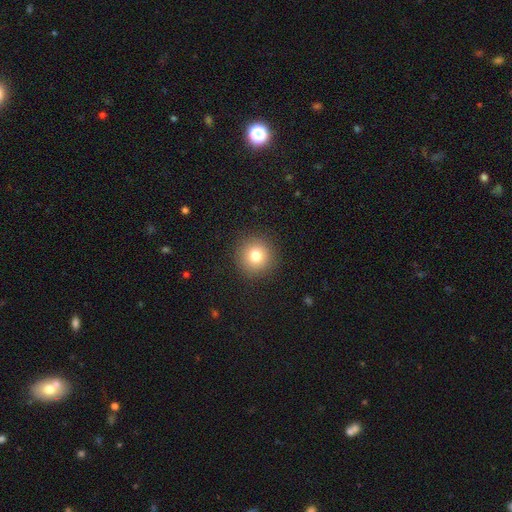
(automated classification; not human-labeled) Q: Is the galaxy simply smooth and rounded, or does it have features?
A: smooth — 78%.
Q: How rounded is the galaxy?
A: round — 95%.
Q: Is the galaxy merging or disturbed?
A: none — 91%.